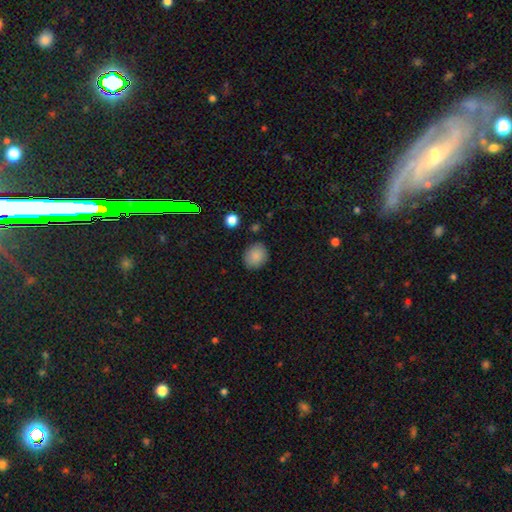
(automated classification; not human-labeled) smooth 87%, star or artifact 9%, featured or disk 4%. Down the decision tree: how rounded — round (66%); merging — none (85%).